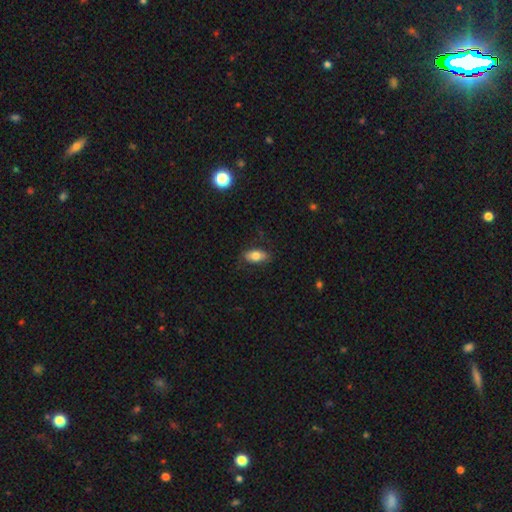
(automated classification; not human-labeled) smooth_or_featured: smooth (p=0.76) [alt: featured or disk p=0.16]
how_rounded: in between (p=0.88) [alt: cigar-shaped p=0.07]
merging: none (p=0.81) [alt: minor disturbance p=0.15]